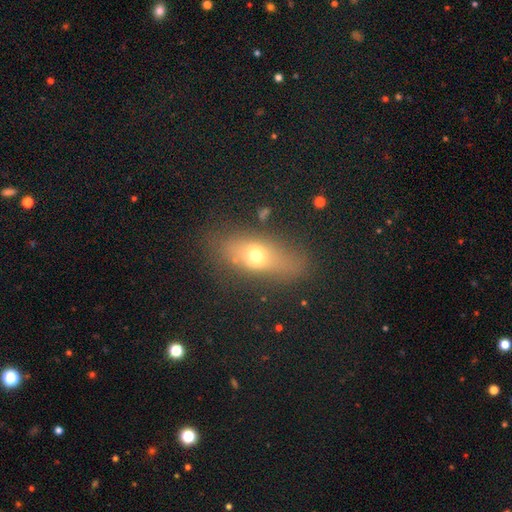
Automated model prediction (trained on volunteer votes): smooth-or-featured: smooth: 62% | featured or disk: 26% | star or artifact: 12%
  how-rounded: in between: 72% | cigar-shaped: 16% | round: 12%
  merging: none: 67% | minor disturbance: 19% | major disturbance: 11% | merger: 3%